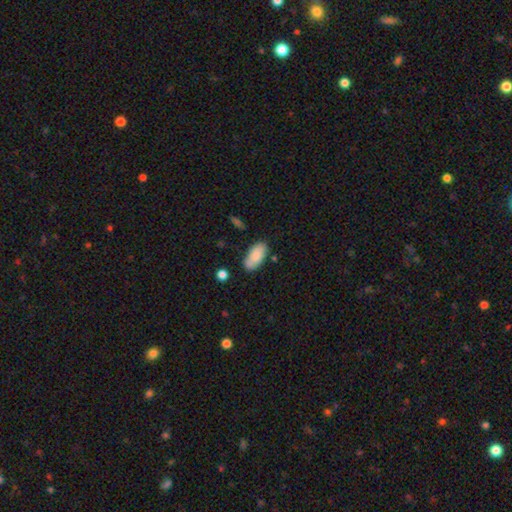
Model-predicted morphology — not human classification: smooth 83%, featured or disk 11%, star or artifact 6%. Down the decision tree: how rounded — in between (92%); merging — none (71%).